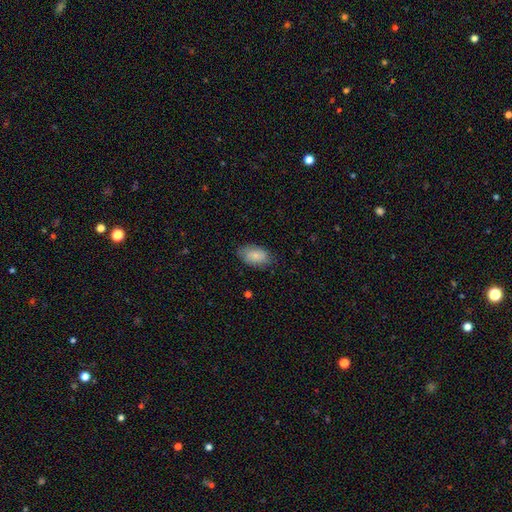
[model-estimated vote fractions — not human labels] A smooth galaxy with no disk features (79%) that is in between round and cigar-shaped (92%).

Vote fractions:
- Smooth or featured? smooth: 79% / featured or disk: 14% / star or artifact: 6%
- How rounded? in between: 92% / round: 6% / cigar-shaped: 2%
- Merging? none: 77% / minor disturbance: 18% / major disturbance: 4% / merger: 1%